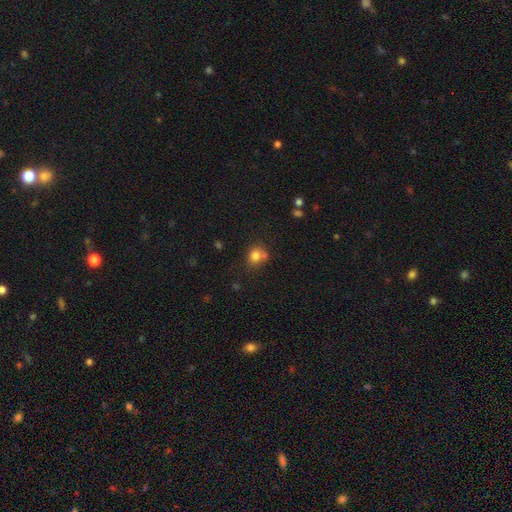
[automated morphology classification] smooth-or-featured: smooth: 79% | star or artifact: 12% | featured or disk: 9%
  how-rounded: round: 79% | in between: 20% | cigar-shaped: 1%
  merging: none: 58% | merger: 20% | minor disturbance: 17% | major disturbance: 5%